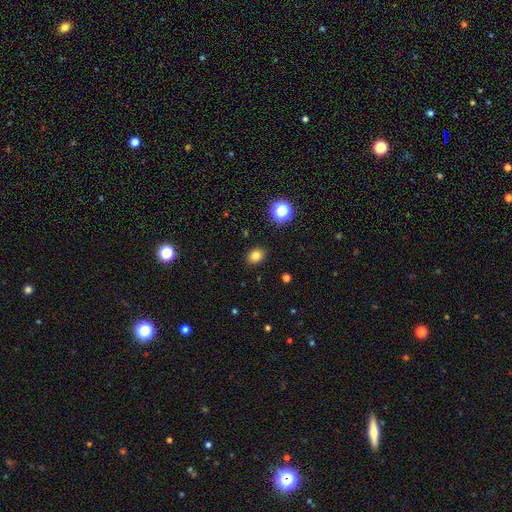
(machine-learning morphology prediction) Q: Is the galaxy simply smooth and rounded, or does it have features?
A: smooth — 81%.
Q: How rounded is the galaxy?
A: round — 54%.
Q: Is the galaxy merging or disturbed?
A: none — 89%.